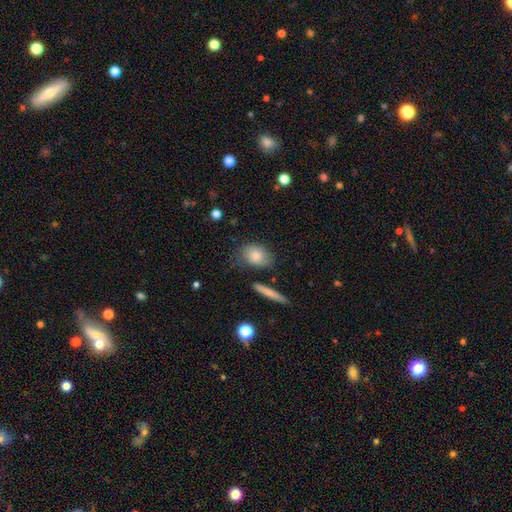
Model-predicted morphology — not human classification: smooth_or_featured: smooth (p=0.80) [alt: featured or disk p=0.13]
how_rounded: in between (p=0.73) [alt: round p=0.23]
merging: none (p=0.69) [alt: minor disturbance p=0.20]